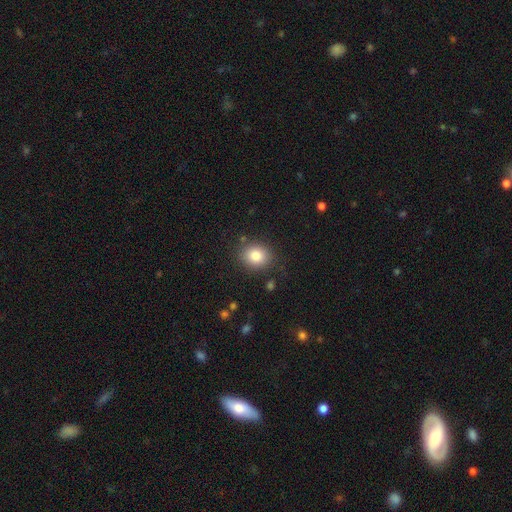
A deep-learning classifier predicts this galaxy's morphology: smooth_or_featured: smooth (p=0.83) [alt: star or artifact p=0.10]
how_rounded: round (p=0.64) [alt: in between p=0.35]
merging: none (p=0.85) [alt: minor disturbance p=0.10]